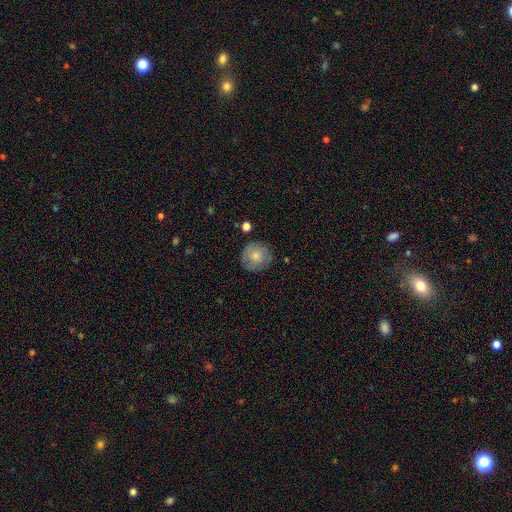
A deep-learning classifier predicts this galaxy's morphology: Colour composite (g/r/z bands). It shows a smooth galaxy with no disk features (71%) that is round (92%). Merging: none (81%).